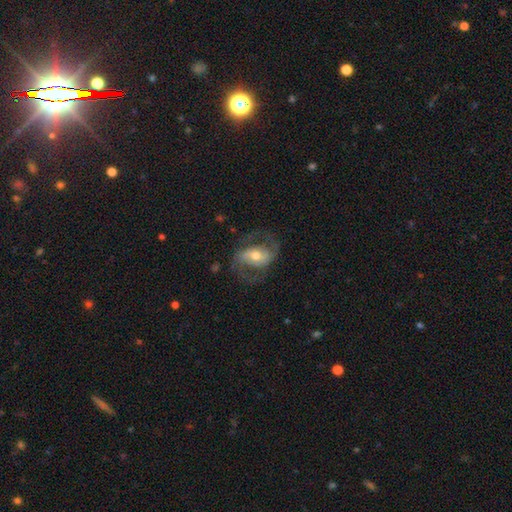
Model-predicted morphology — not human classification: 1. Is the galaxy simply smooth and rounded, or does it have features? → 80% featured or disk, 14% smooth, 6% star or artifact.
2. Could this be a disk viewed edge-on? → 96% no, 4% yes.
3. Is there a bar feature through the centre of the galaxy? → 39% weak, 33% strong, 28% no.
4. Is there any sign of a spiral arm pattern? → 89% yes, 11% no.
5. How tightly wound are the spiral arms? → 54% medium, 30% loose, 16% tight.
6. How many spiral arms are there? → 90% 2, 5% can't tell, 2% 1, 1% 3, 1% 4, 1% more than 4.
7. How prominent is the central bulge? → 64% moderate, 26% small, 7% large, 1% none, 1% dominant.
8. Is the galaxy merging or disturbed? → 71% none, 15% minor disturbance, 13% major disturbance, 1% merger.